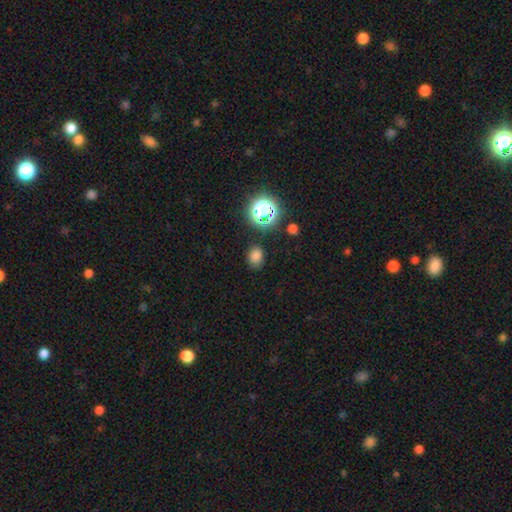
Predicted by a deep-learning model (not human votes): Smooth or featured?
  - smooth: 75% *
  - star or artifact: 20%
  - featured or disk: 5%
How rounded?
  - in between: 53% *
  - round: 46%
  - cigar-shaped: 1%
Merging?
  - none: 81% *
  - minor disturbance: 13%
  - major disturbance: 4%
  - merger: 3%